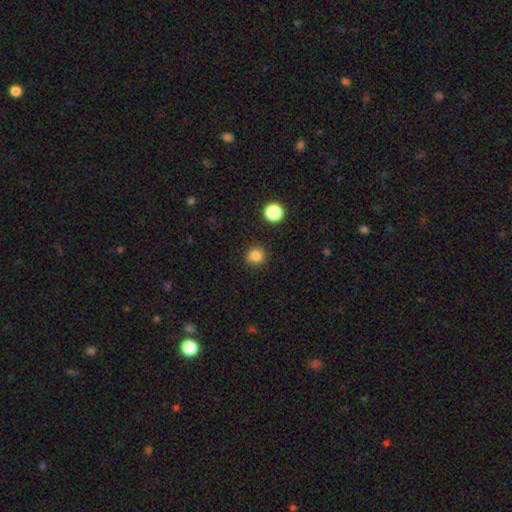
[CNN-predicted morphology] A smooth galaxy with no disk features (84%) that is round (91%). Merging: none (87%).